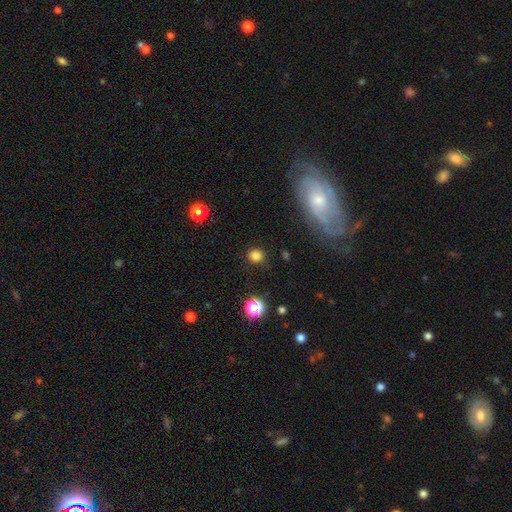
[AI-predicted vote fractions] A smooth galaxy with no disk features (81%) that is round (82%).

Vote fractions:
- Smooth or featured? smooth: 81% / star or artifact: 14% / featured or disk: 5%
- How rounded? round: 82% / in between: 17% / cigar-shaped: 1%
- Merging? none: 85% / minor disturbance: 10% / major disturbance: 3% / merger: 2%